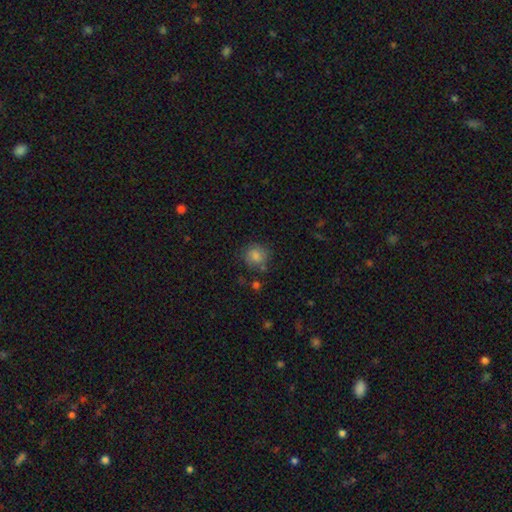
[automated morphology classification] Smooth or featured?
  - smooth: 77% *
  - star or artifact: 14%
  - featured or disk: 9%
How rounded?
  - round: 85% *
  - in between: 14%
  - cigar-shaped: 1%
Merging?
  - none: 76% *
  - minor disturbance: 15%
  - merger: 5%
  - major disturbance: 5%